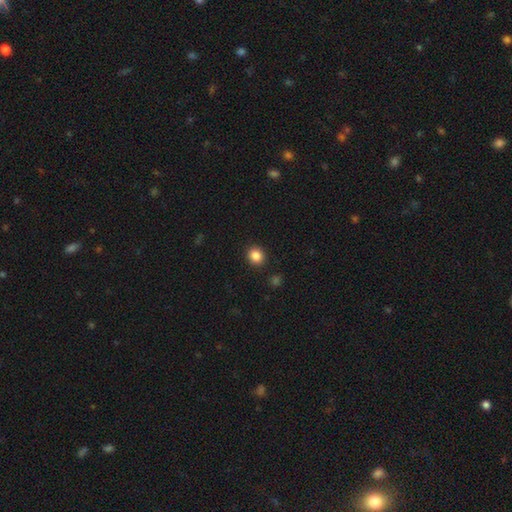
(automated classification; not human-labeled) Smooth or featured? Predicted: smooth (p=0.86). How rounded? Predicted: round (p=0.80). Merging? Predicted: none (p=0.91).